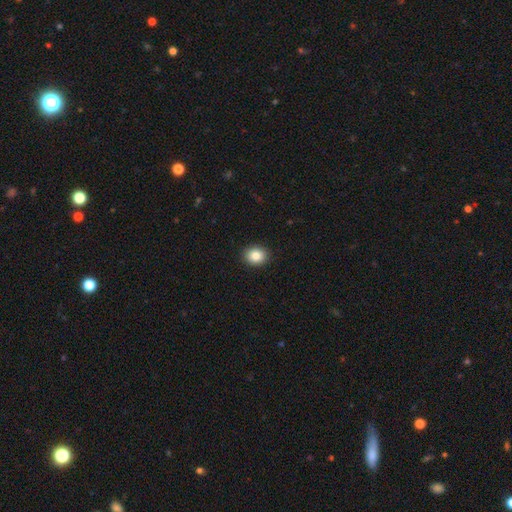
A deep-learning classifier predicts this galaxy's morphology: Smooth or featured: smooth — 85% (star or artifact — 9%)
How rounded: round — 61% (in between — 38%)
Merging: none — 91% (minor disturbance — 6%)